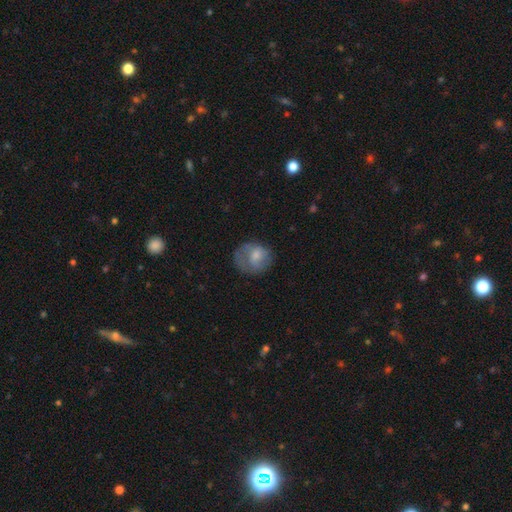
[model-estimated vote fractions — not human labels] Smooth or featured: smooth — 67% (featured or disk — 25%)
How rounded: round — 71% (in between — 28%)
Merging: none — 50% (minor disturbance — 26%)